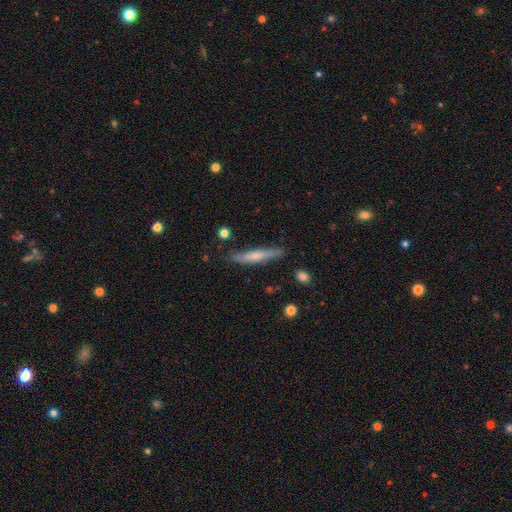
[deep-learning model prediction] The model was most divided on "smooth or featured": smooth: 54%, featured or disk: 40%, star or artifact: 6%. More confident: how rounded — cigar-shaped (92%); merging — none (79%).